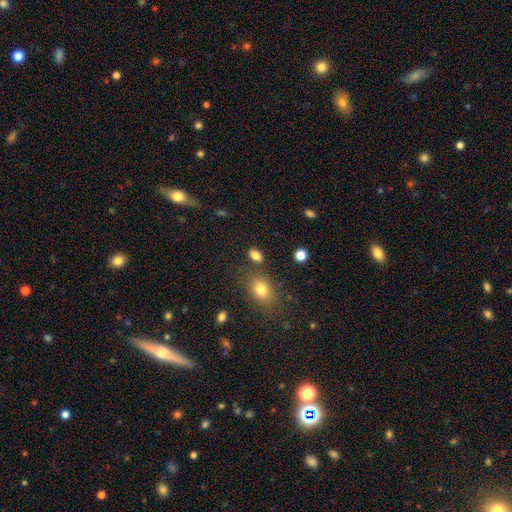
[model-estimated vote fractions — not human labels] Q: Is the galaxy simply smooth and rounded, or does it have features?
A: smooth — 83%.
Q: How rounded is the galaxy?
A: in between — 85%.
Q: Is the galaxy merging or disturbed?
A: none — 77%.